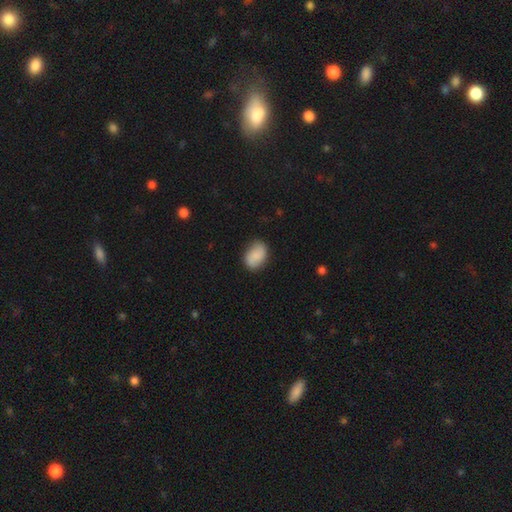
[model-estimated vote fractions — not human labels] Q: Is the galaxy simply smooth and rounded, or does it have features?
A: smooth — 77%.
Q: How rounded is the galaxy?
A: in between — 79%.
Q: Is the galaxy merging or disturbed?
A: none — 78%.